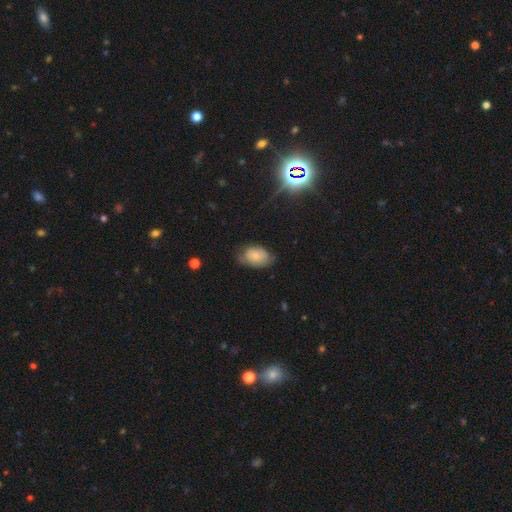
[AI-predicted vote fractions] smooth_or_featured: smooth (p=0.68) [alt: featured or disk p=0.23]
how_rounded: in between (p=0.84) [alt: round p=0.15]
merging: none (p=0.53) [alt: minor disturbance p=0.33]